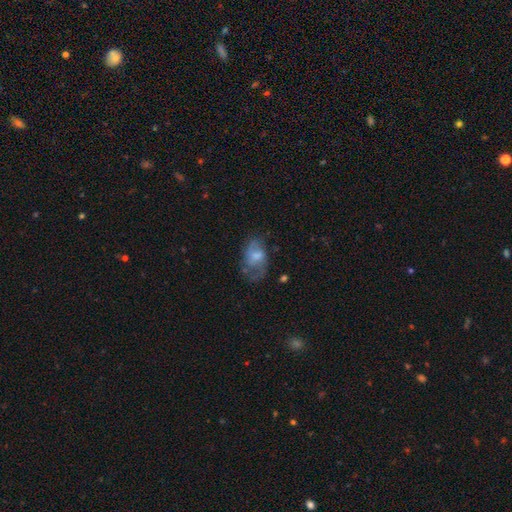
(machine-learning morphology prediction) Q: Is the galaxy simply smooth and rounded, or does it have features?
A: featured or disk — 51%.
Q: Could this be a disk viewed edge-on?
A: no — 96%.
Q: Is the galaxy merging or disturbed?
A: none — 43%.